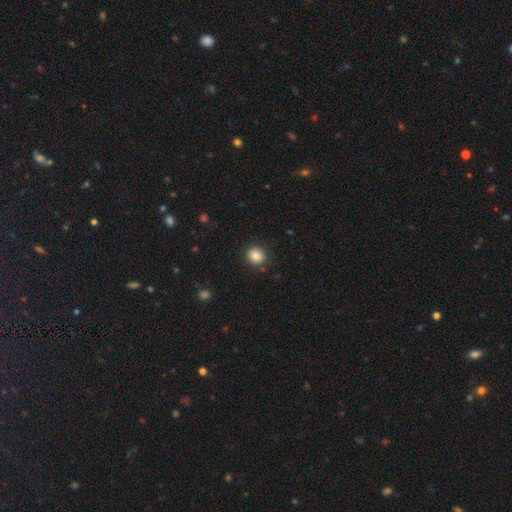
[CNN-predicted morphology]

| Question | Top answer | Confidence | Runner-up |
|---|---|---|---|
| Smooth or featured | smooth | 83% | star or artifact (10%) |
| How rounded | round | 87% | in between (12%) |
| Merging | none | 89% | minor disturbance (8%) |